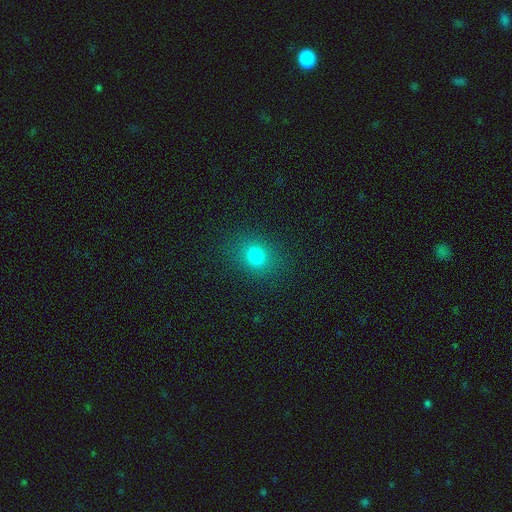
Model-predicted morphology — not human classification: This is likely a smooth galaxy (77%). How rounded: possibly round (55%). Merging: clearly none (85%).